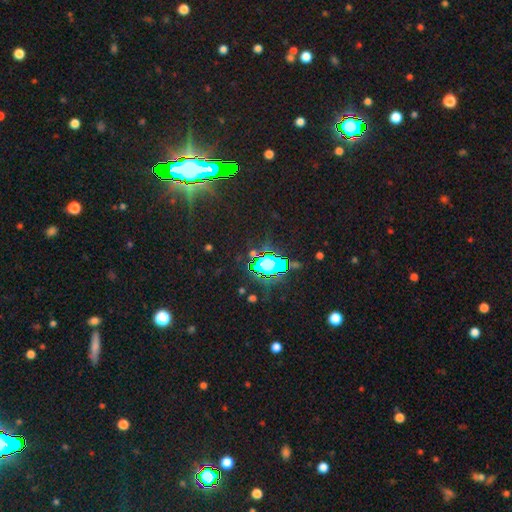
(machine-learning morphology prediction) A star or artifact, not a galaxy (80%).